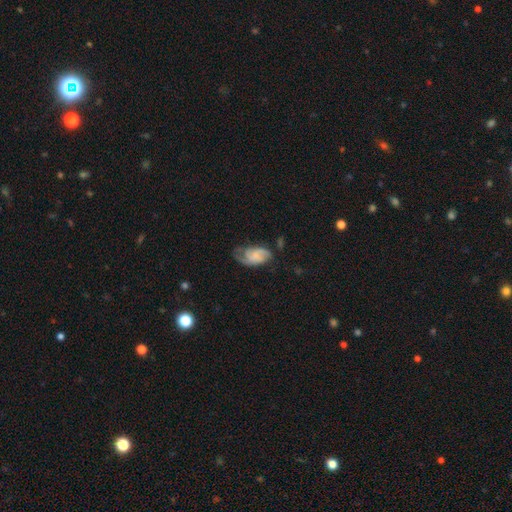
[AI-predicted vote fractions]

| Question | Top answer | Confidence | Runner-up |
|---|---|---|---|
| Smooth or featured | featured or disk | 58% | smooth (34%) |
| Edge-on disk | no | 97% | yes (3%) |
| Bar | no | 59% | weak (33%) |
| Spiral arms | yes | 89% | no (11%) |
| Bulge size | none | 50% | small (30%) |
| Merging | none | 44% | minor disturbance (31%) |